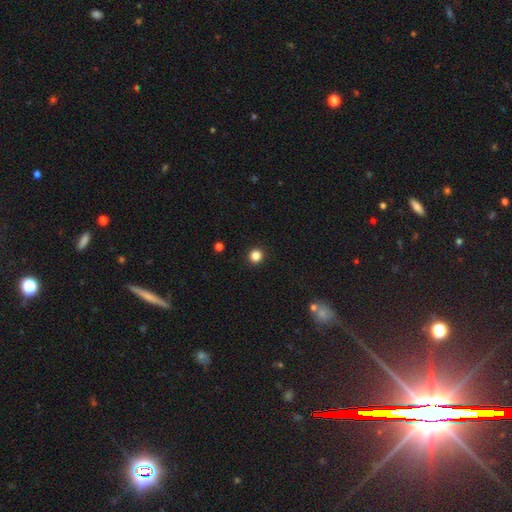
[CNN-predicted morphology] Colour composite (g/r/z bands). It shows a smooth galaxy with no disk features (85%) that is round (94%). Merging: none (93%).